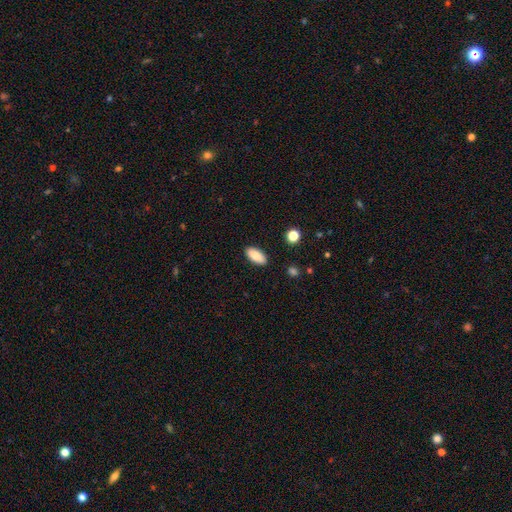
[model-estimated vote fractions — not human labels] Smooth or featured?
  - smooth: 86% *
  - star or artifact: 7%
  - featured or disk: 7%
How rounded?
  - in between: 88% *
  - cigar-shaped: 9%
  - round: 2%
Merging?
  - none: 89% *
  - minor disturbance: 8%
  - major disturbance: 2%
  - merger: 1%